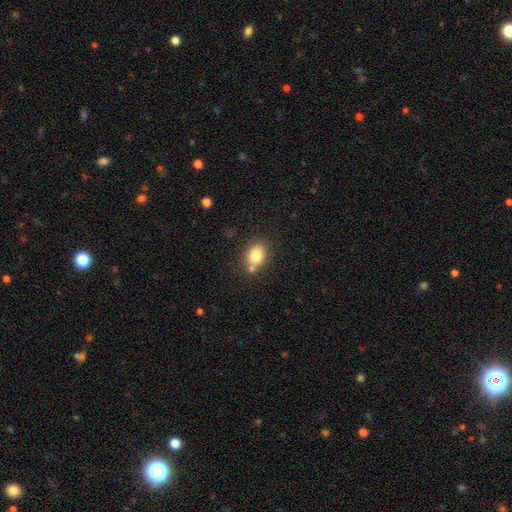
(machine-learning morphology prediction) A smooth galaxy with no disk features (80%) that is in between round and cigar-shaped (55%).

Vote fractions:
- Smooth or featured? smooth: 80% / featured or disk: 11% / star or artifact: 10%
- How rounded? in between: 55% / round: 43% / cigar-shaped: 1%
- Merging? none: 63% / merger: 18% / minor disturbance: 15% / major disturbance: 4%